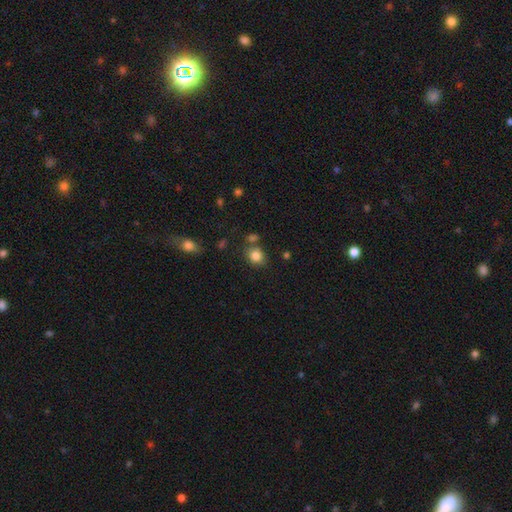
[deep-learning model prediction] Morphology: type=smooth (83%); roundness=round (68%); merging=none (72%).